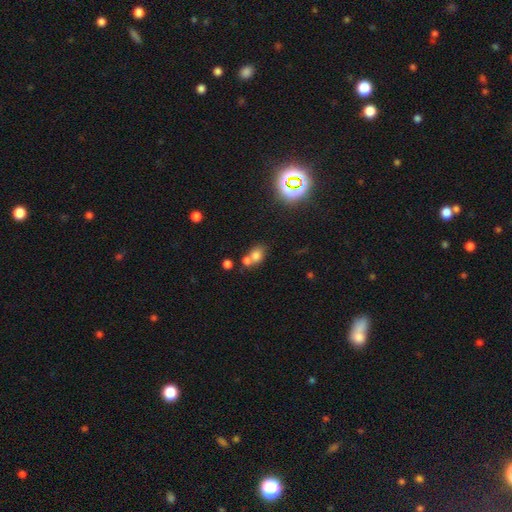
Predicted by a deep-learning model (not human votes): A smooth galaxy with no disk features (72%) that is in between round and cigar-shaped (51%).

Vote fractions:
- Smooth or featured? smooth: 72% / star or artifact: 17% / featured or disk: 12%
- How rounded? in between: 51% / round: 47% / cigar-shaped: 2%
- Merging? merger: 47% / none: 39% / minor disturbance: 10% / major disturbance: 5%